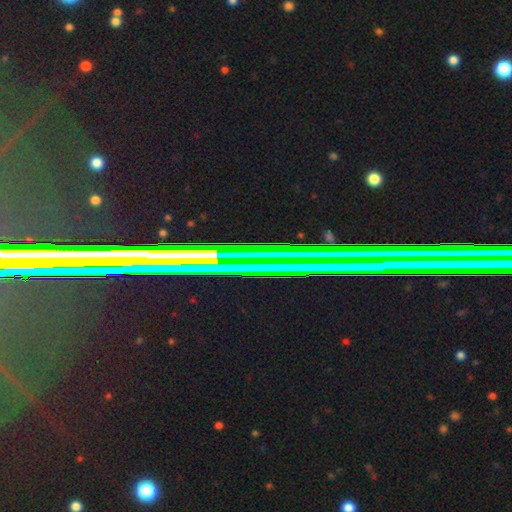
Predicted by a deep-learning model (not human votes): Morphology: type=star or artifact (73%).